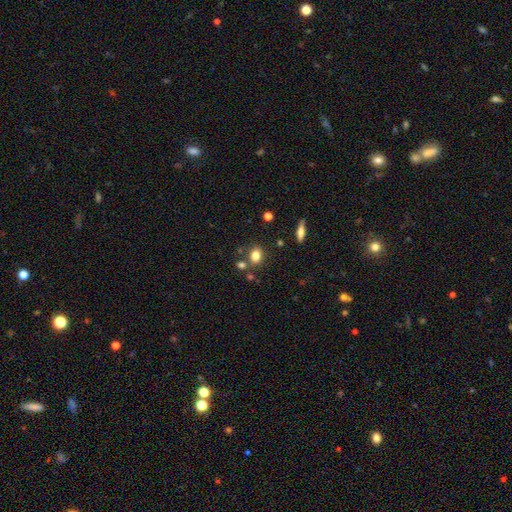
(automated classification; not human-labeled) A smooth galaxy with no disk features (80%) that is in between round and cigar-shaped (58%).

Vote fractions:
- Smooth or featured? smooth: 80% / star or artifact: 11% / featured or disk: 9%
- How rounded? in between: 58% / round: 40% / cigar-shaped: 2%
- Merging? none: 72% / merger: 12% / minor disturbance: 12% / major disturbance: 4%